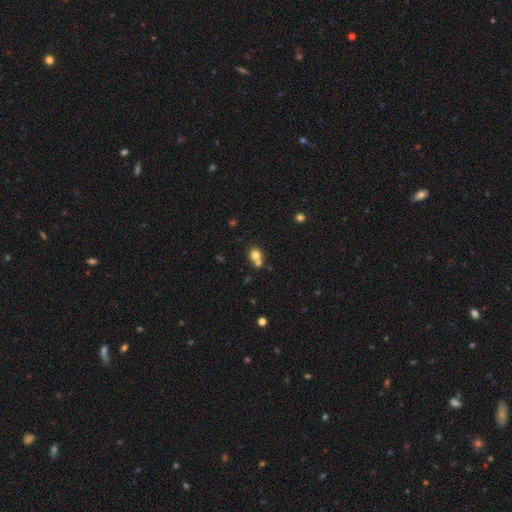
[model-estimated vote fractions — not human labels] A smooth galaxy with no disk features (76%) that is round (73%). Merging: merger (49%).